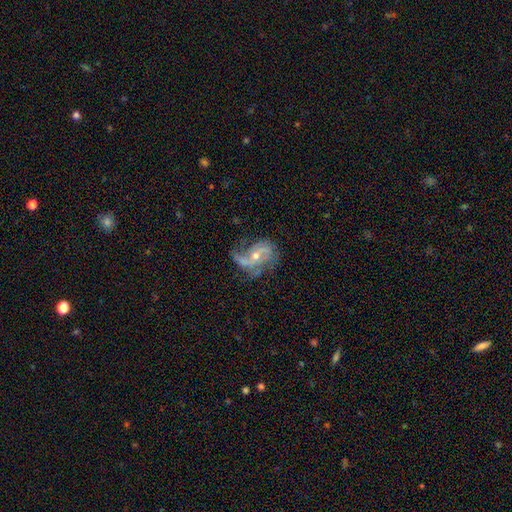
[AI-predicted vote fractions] featured or disk 82%, star or artifact 9%, smooth 9%. Down the decision tree: edge-on disk — no (97%); bar — no (48%); spiral arms — yes (91%); spiral arm count — 2 (52%); spiral winding — loose (43%); bulge size — small (48%, tied with moderate); merging — none (48%).